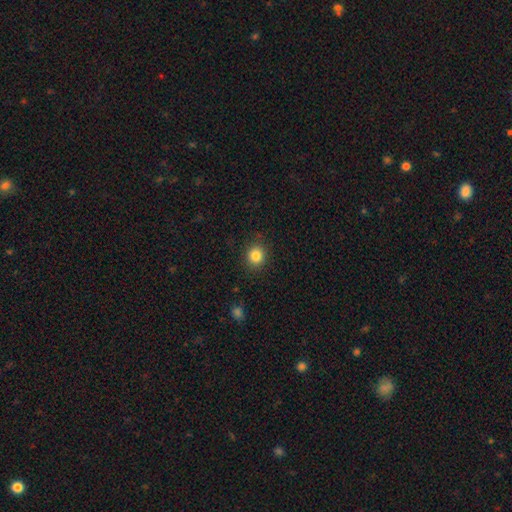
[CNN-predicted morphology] type=smooth (84%); roundness=round (86%); merging=none (89%).